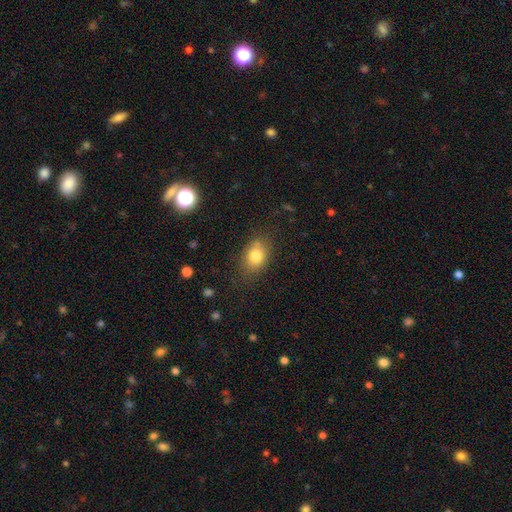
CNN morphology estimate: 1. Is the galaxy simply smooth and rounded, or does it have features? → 81% smooth, 10% star or artifact, 9% featured or disk.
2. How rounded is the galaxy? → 66% in between, 33% round, 1% cigar-shaped.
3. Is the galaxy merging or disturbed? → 72% none, 19% minor disturbance, 6% major disturbance, 3% merger.